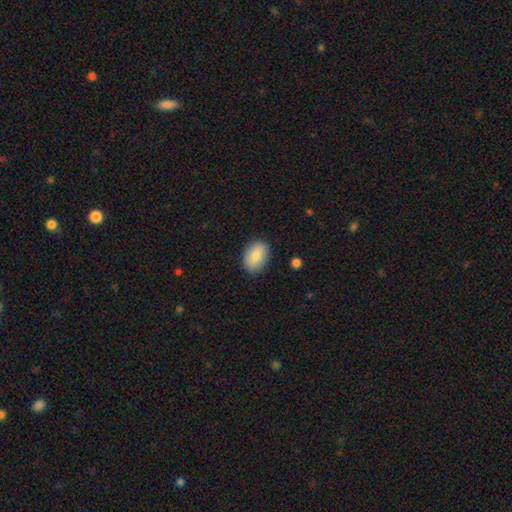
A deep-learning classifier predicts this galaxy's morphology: A smooth galaxy with no disk features (85%) that is in between round and cigar-shaped (87%).

Vote fractions:
- Smooth or featured? smooth: 85% / featured or disk: 9% / star or artifact: 6%
- How rounded? in between: 87% / round: 12% / cigar-shaped: 1%
- Merging? none: 87% / minor disturbance: 10% / major disturbance: 2% / merger: 1%